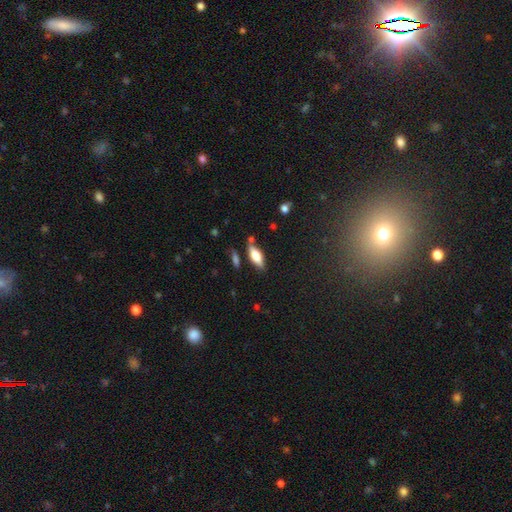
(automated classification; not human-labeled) A smooth galaxy with no disk features (59%) that is in between round and cigar-shaped (63%). Merging: none (77%).